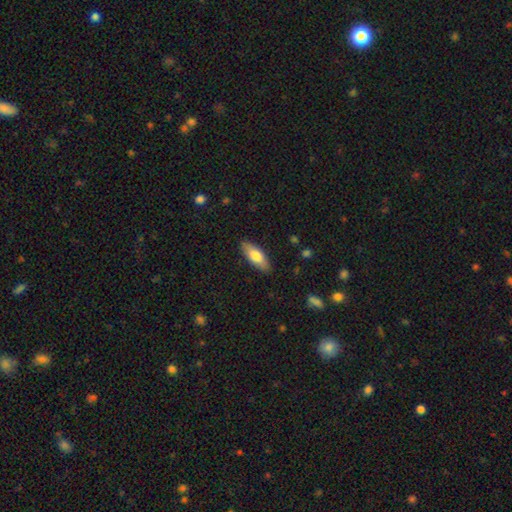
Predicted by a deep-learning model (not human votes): This is likely a smooth galaxy (73%). How rounded: likely in between (71%). Merging: clearly none (88%).